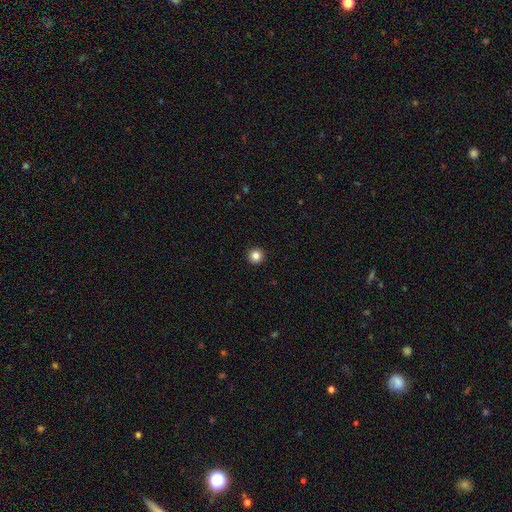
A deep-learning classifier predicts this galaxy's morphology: type=smooth (84%); roundness=round (96%); merging=none (94%).